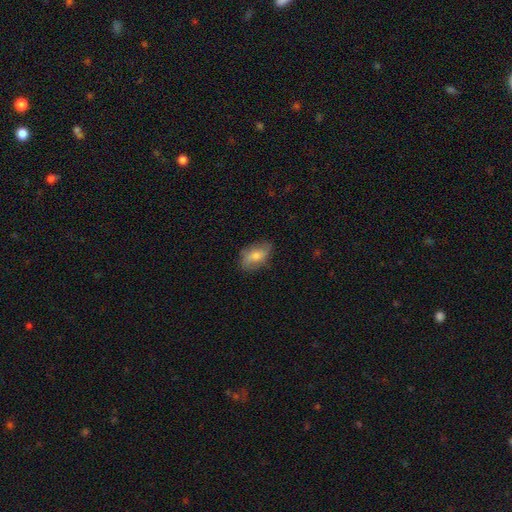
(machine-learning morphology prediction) smooth 59%, featured or disk 33%, star or artifact 8%. Down the decision tree: how rounded — in between (87%); merging — none (75%).